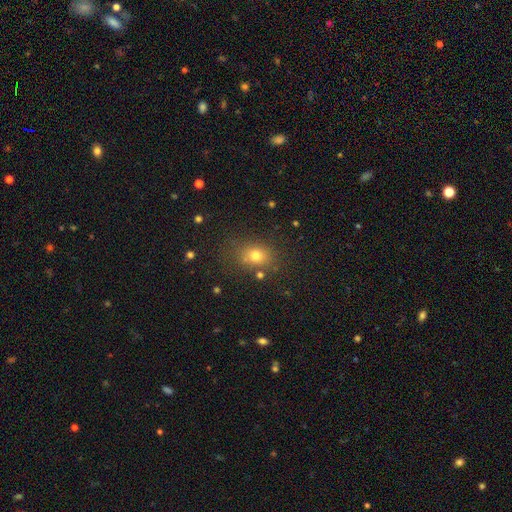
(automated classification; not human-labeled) A smooth galaxy with no disk features (73%) that is in between round and cigar-shaped (52%). Merging: none (77%).